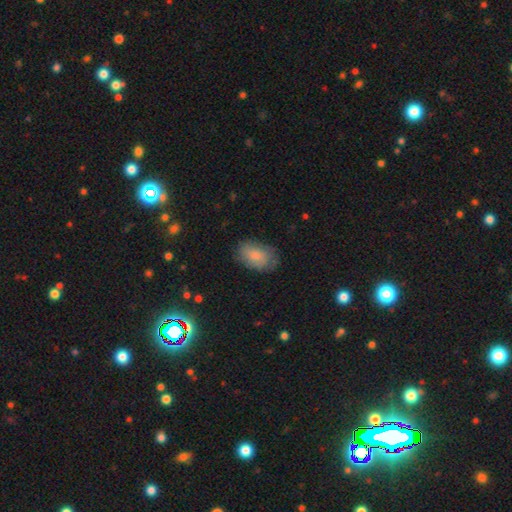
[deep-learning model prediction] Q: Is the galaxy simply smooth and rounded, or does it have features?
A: smooth — 77%.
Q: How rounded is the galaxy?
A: in between — 88%.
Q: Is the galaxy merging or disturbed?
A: none — 72%.